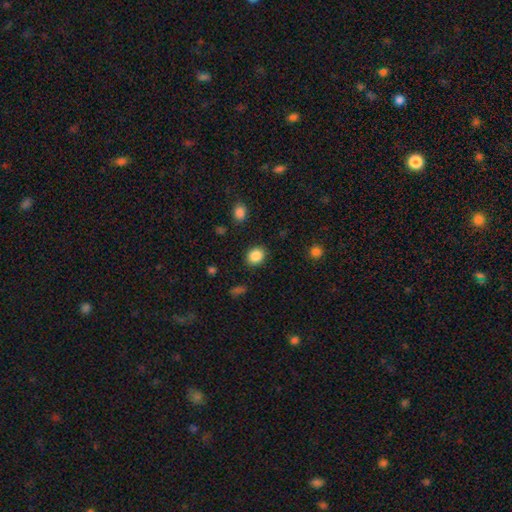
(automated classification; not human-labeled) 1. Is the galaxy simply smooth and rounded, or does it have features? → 87% smooth, 9% star or artifact, 4% featured or disk.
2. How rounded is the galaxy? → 55% round, 45% in between, 1% cigar-shaped.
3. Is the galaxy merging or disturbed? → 88% none, 8% minor disturbance, 3% major disturbance, 1% merger.